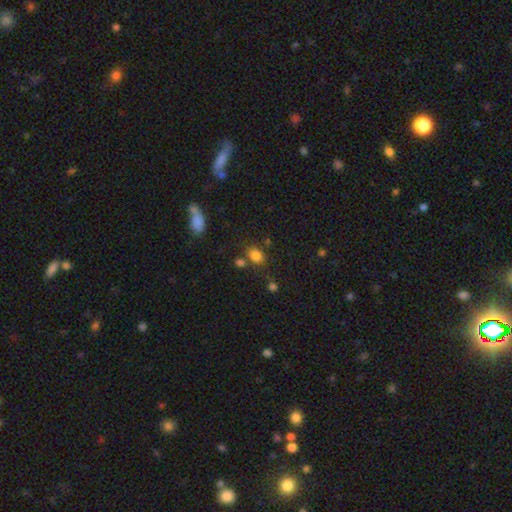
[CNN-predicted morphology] Smooth or featured? smooth (81%)
How rounded? in between (65%)
Merging? none (69%)